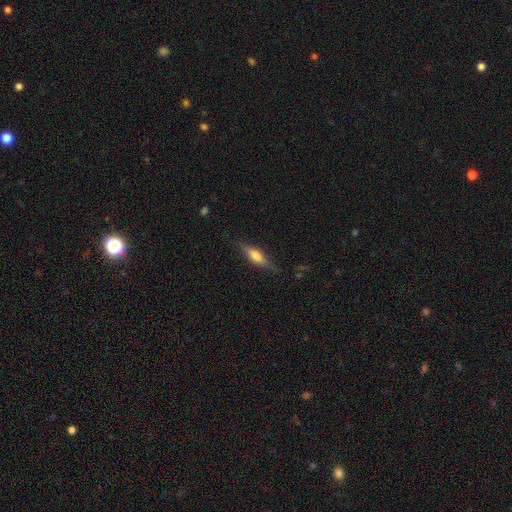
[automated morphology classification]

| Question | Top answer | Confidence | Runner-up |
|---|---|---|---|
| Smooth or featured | smooth | 56% | featured or disk (37%) |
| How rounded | cigar-shaped | 50% | in between (47%) |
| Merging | none | 77% | minor disturbance (17%) |